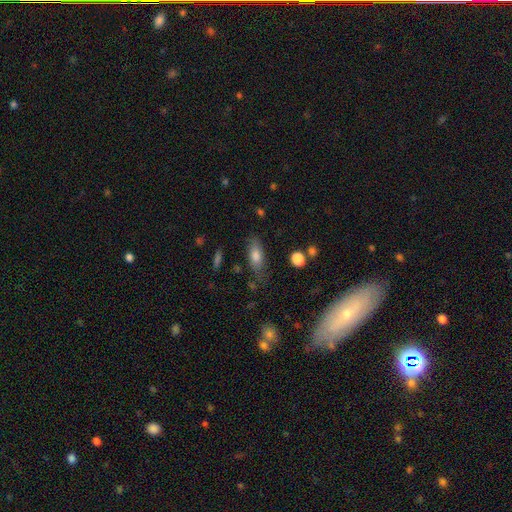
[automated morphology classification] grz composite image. It shows a smooth galaxy with no disk features (76%) that is in between round and cigar-shaped (77%). Merging: none (67%).